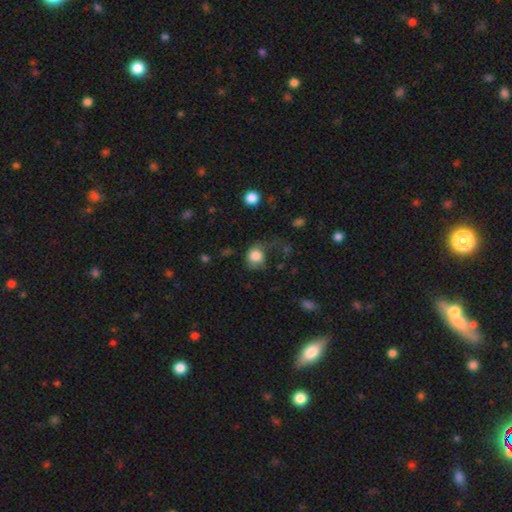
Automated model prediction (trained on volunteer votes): Smooth or featured? smooth (81%)
How rounded? round (75%)
Merging? none (38%)